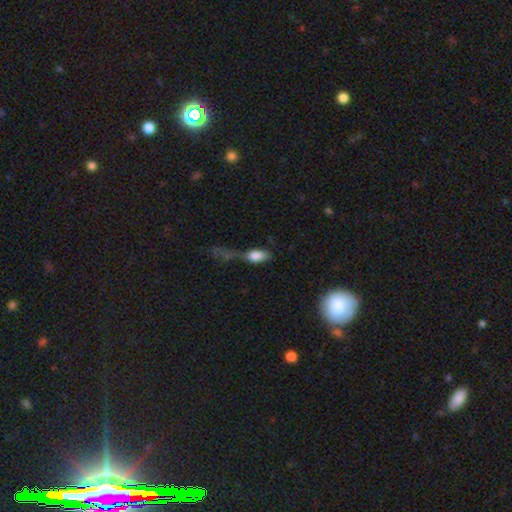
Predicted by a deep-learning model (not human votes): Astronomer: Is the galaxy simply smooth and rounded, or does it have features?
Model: smooth — 76%.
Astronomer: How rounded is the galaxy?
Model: in between — 82%.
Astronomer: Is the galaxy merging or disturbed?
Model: major disturbance — 40% (runner-up: none, 21%).